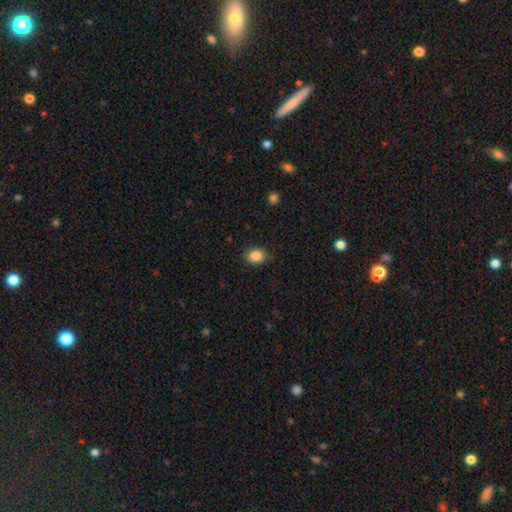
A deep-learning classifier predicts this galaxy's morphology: This appears to be a smooth galaxy with no disk features (87%) that is in between round and cigar-shaped (58%). Merging: none (81%).